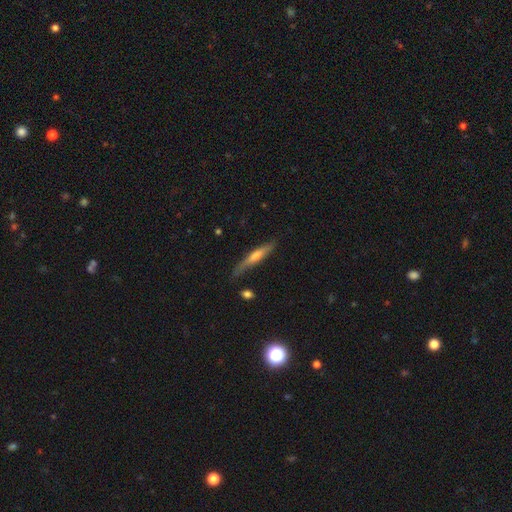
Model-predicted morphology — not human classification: This is possibly a featured or disk galaxy (51%). It is clearly viewed edge-on (91%). Merging: likely none (76%).